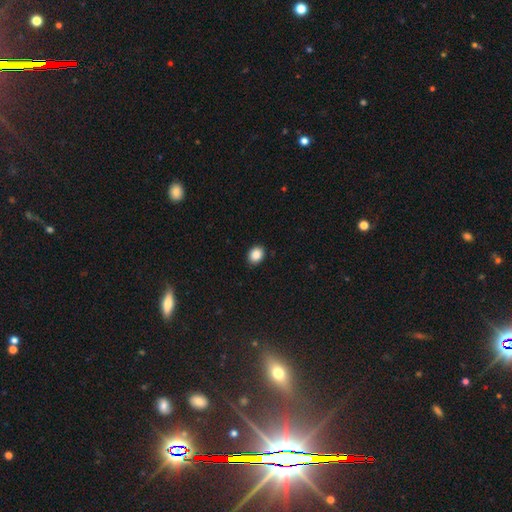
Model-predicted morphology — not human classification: The model was most divided on "how rounded": in between: 50%, round: 49%, cigar-shaped: 1%. More confident: merging — none (90%); smooth or featured — smooth (88%).